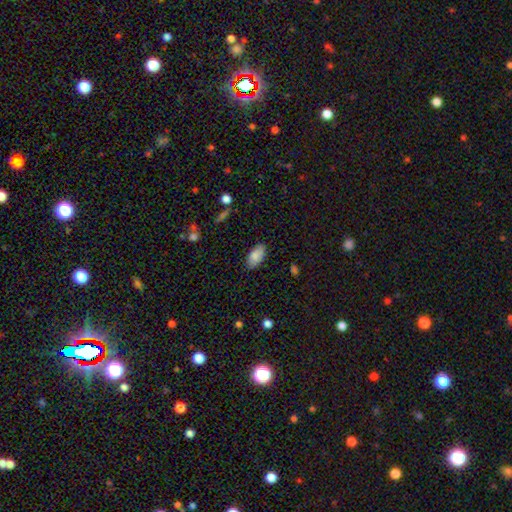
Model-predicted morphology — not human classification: Q: Smooth or featured?
A: smooth (85%); runner-up: featured or disk (8%)
Q: How rounded?
A: in between (94%); runner-up: cigar-shaped (3%)
Q: Merging?
A: none (85%); runner-up: minor disturbance (12%)